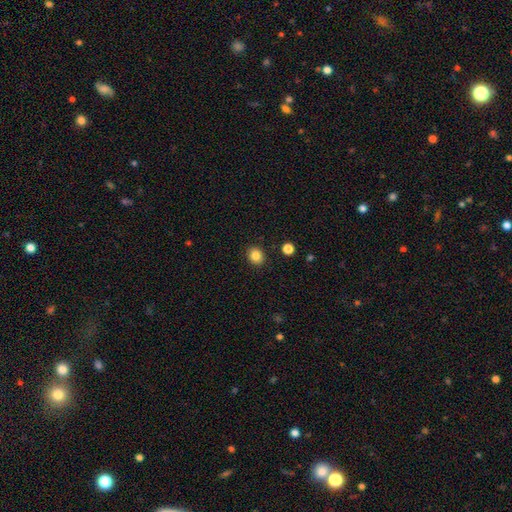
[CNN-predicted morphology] type=smooth (84%); roundness=round (72%); merging=none (90%).